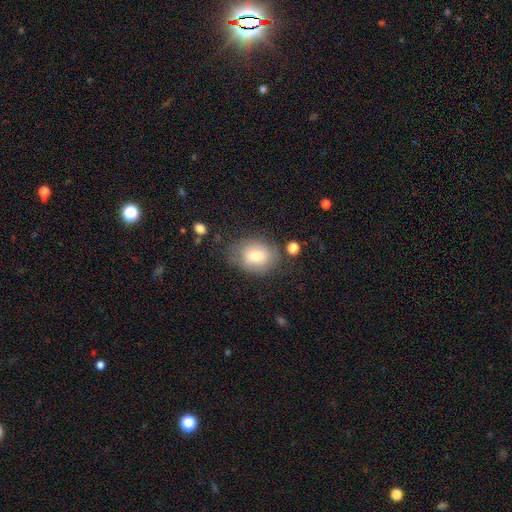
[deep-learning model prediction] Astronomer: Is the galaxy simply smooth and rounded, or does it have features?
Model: smooth — 73%.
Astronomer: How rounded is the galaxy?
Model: in between — 54% (runner-up: round, 45%).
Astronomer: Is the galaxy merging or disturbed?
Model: none — 65%.